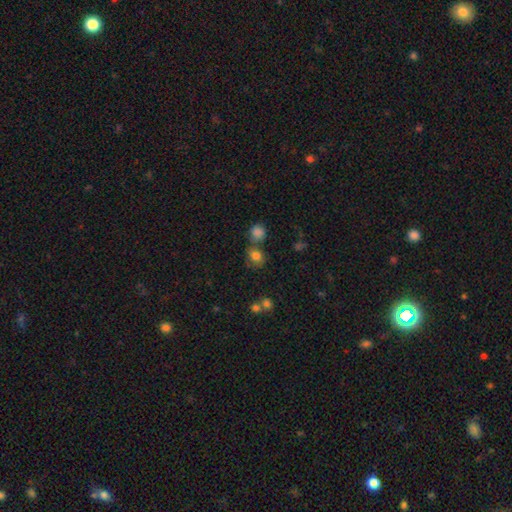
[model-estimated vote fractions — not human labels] The model was most divided on "merging": none: 61%, merger: 22%, minor disturbance: 13%, major disturbance: 5%. More confident: smooth or featured — smooth (79%); how rounded — round (70%).